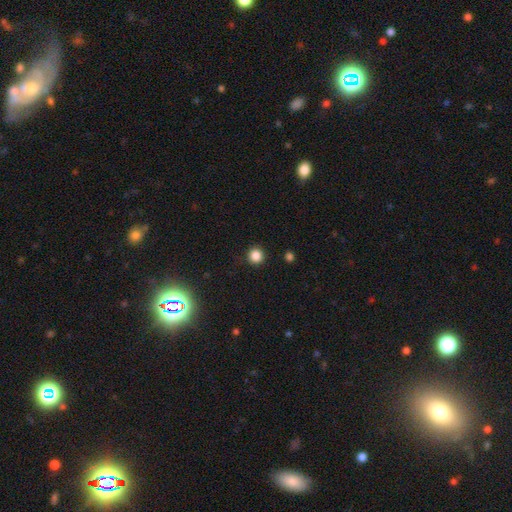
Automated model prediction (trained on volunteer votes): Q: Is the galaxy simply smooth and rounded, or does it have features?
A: smooth — 85%.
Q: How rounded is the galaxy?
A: round — 95%.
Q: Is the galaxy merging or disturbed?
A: none — 92%.